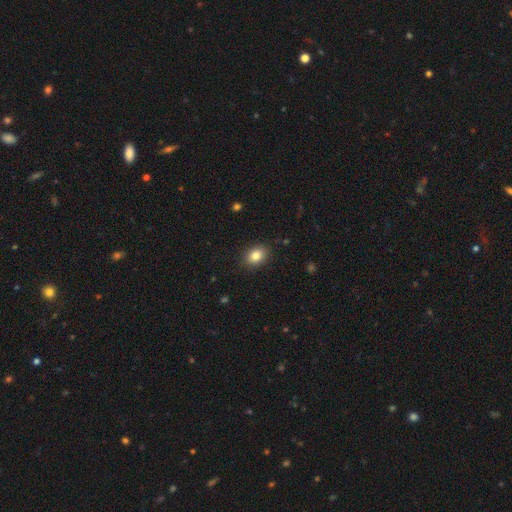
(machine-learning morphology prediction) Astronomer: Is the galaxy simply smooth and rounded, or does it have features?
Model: smooth — 83%.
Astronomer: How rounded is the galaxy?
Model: in between — 67%.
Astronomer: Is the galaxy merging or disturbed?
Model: none — 88%.